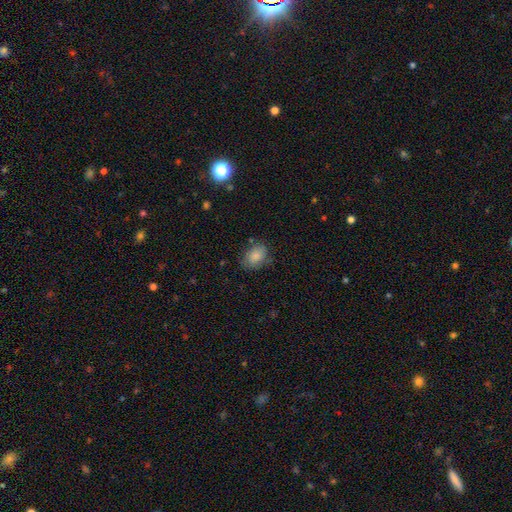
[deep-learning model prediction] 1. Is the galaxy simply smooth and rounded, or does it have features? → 84% smooth, 8% star or artifact, 8% featured or disk.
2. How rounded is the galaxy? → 77% in between, 22% round, 1% cigar-shaped.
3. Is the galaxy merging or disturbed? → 72% none, 20% minor disturbance, 5% major disturbance, 3% merger.